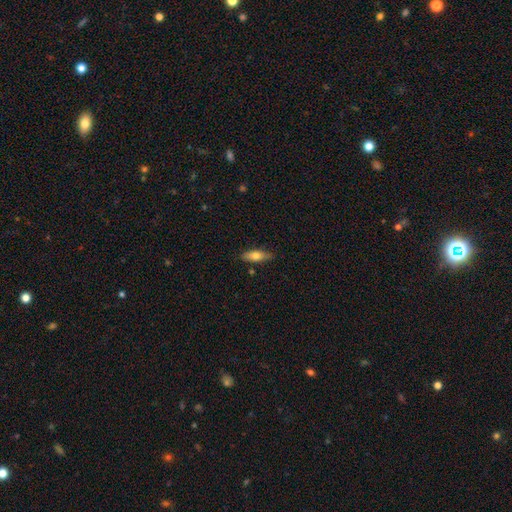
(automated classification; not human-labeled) The model was most divided on "how rounded": in between: 61%, cigar-shaped: 36%, round: 3%. More confident: merging — none (81%); smooth or featured — smooth (68%).